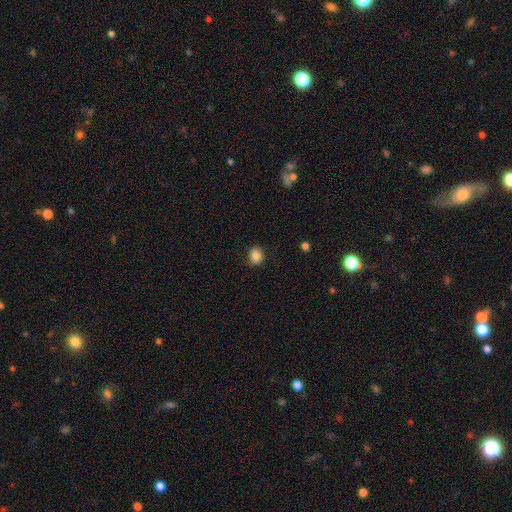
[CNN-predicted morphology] Q: Smooth or featured?
A: smooth (86%); runner-up: star or artifact (10%)
Q: How rounded?
A: round (67%); runner-up: in between (32%)
Q: Merging?
A: none (85%); runner-up: minor disturbance (12%)